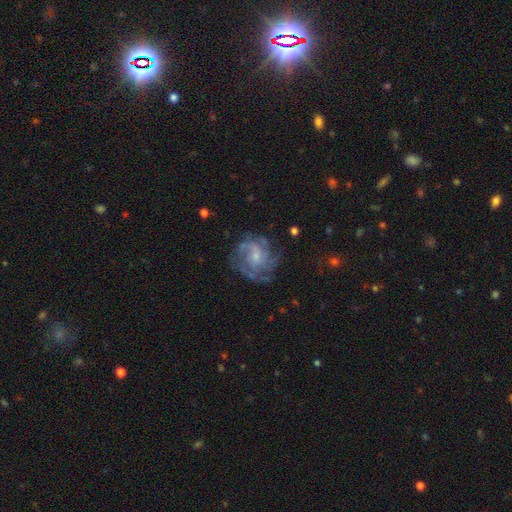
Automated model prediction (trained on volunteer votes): This is likely a featured or disk galaxy (76%). It is clearly not viewed edge-on (98%). Bar: likely no (64%). Spiral arm pattern: clearly yes (89%). Spiral arm count: marginally can't tell (34%). Spiral winding: marginally tight (43%). Central bulge: possibly small (49%). Merging: likely none (66%).